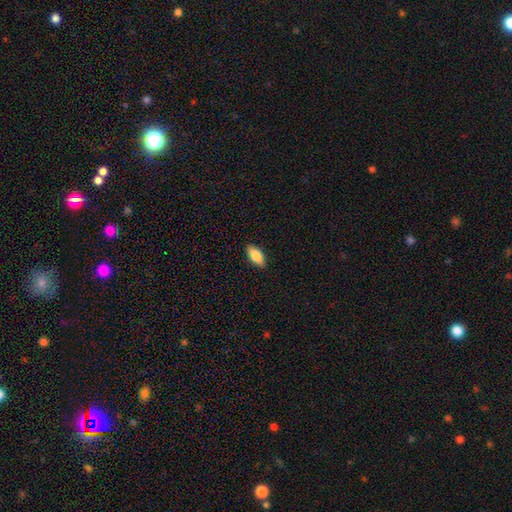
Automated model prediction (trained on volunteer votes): This appears to be a smooth galaxy with no disk features (84%) that is in between round and cigar-shaped (88%). Merging: none (89%).